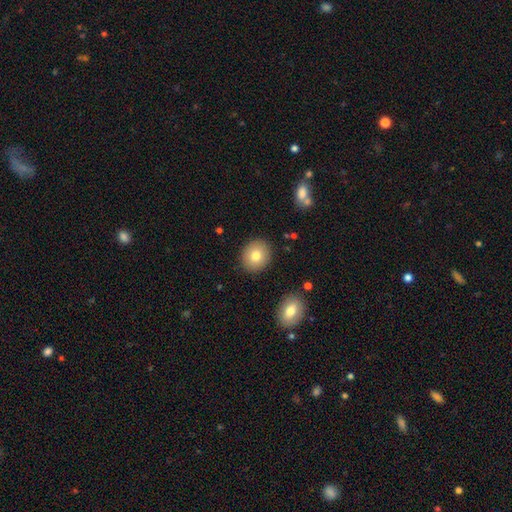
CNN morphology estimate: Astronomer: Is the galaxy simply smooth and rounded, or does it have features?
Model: smooth — 77%.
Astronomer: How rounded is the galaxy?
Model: round — 74%.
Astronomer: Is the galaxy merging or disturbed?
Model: none — 89%.